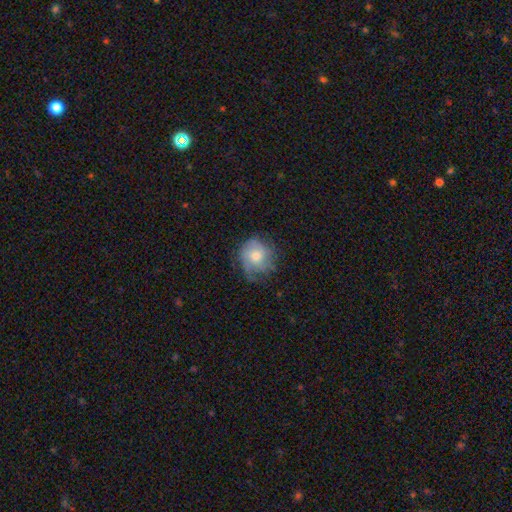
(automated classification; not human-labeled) Smooth or featured? smooth (49%)
Merging? none (61%)